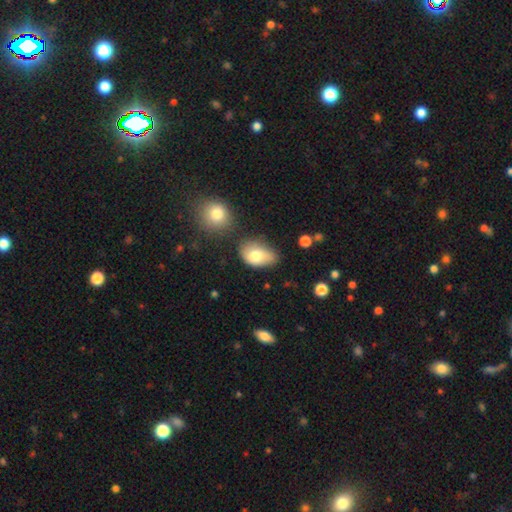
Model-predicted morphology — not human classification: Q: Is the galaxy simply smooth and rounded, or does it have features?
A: smooth — 75%.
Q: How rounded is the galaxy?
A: in between — 84%.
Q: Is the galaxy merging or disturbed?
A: none — 45%.